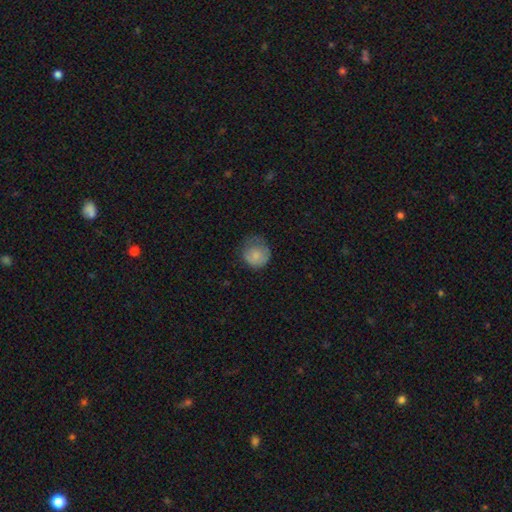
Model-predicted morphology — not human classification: smooth-or-featured: smooth: 77% | featured or disk: 16% | star or artifact: 7%
  how-rounded: round: 85% | in between: 14% | cigar-shaped: 1%
  merging: none: 49% | minor disturbance: 31% | major disturbance: 18% | merger: 1%